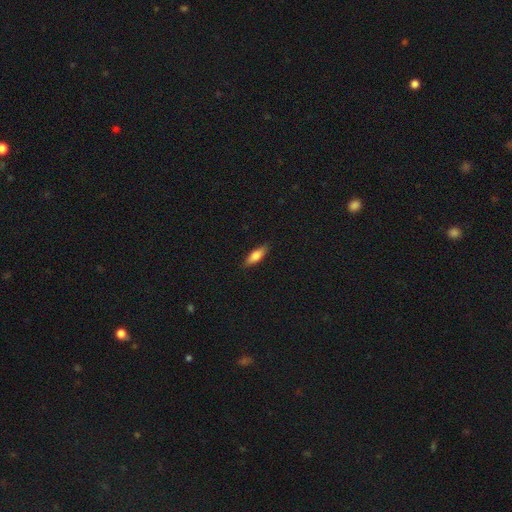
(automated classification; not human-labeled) A smooth galaxy with no disk features (72%) that is in between round and cigar-shaped (56%).

Vote fractions:
- Smooth or featured? smooth: 72% / featured or disk: 22% / star or artifact: 6%
- How rounded? in between: 56% / cigar-shaped: 41% / round: 2%
- Merging? none: 87% / minor disturbance: 10% / major disturbance: 2% / merger: 1%